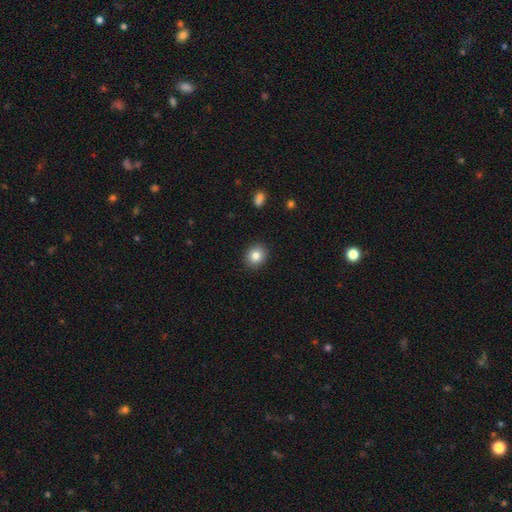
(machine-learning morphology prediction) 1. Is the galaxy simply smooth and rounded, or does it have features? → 83% smooth, 10% star or artifact, 8% featured or disk.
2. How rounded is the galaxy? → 74% round, 25% in between, 1% cigar-shaped.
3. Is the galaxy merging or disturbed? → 91% none, 7% minor disturbance, 2% major disturbance, 1% merger.